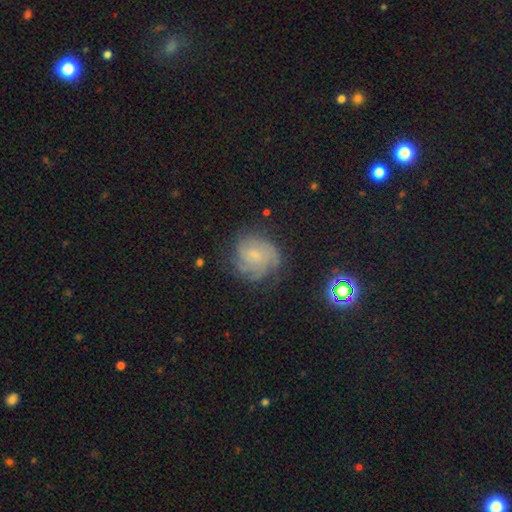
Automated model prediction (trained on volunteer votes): Smooth or featured? Predicted: featured or disk (p=0.63). Edge-on disk? Predicted: no (p=0.98). Bar? Predicted: no (p=0.65). Spiral arms? Predicted: yes (p=0.90). Spiral winding? Predicted: tight (p=0.57). Spiral arm count? Predicted: can't tell (p=0.44). Bulge size? Predicted: small (p=0.53). Merging? Predicted: none (p=0.69).